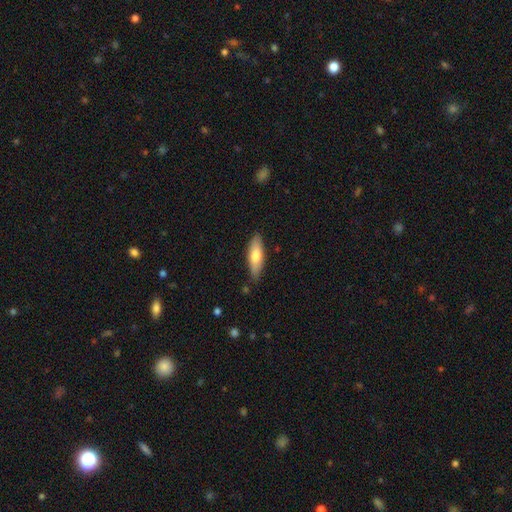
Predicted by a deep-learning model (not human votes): A smooth galaxy with no disk features (70%) that is in between round and cigar-shaped (58%). Merging: none (81%).